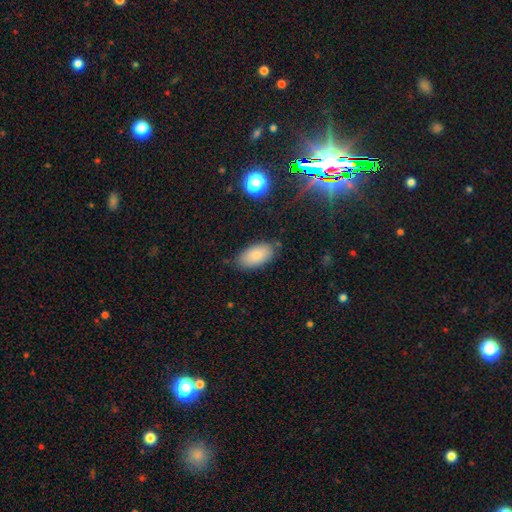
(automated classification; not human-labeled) This appears to be a smooth galaxy with no disk features (82%) that is in between round and cigar-shaped (94%). Merging: none (80%).